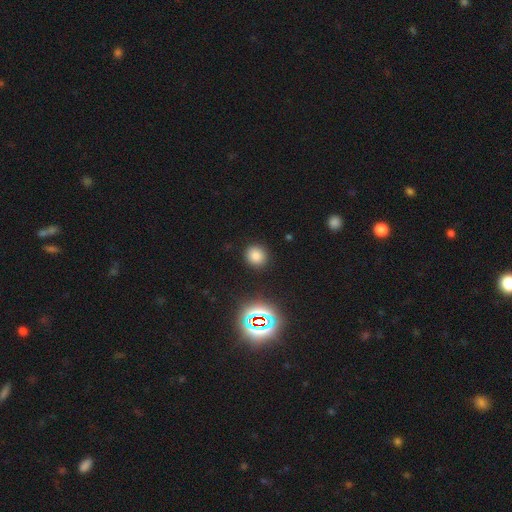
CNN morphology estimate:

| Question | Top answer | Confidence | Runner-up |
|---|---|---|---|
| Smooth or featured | smooth | 76% | star or artifact (18%) |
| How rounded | round | 85% | in between (14%) |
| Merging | none | 89% | minor disturbance (7%) |